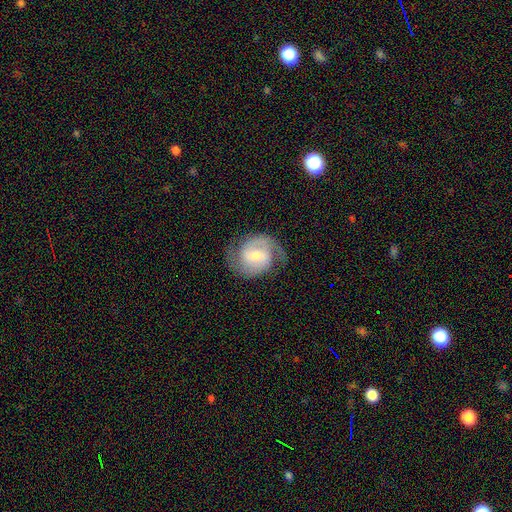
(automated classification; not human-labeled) A featured or disk galaxy (85%) with a weak bar (52%), 2 (90%) medium (52%) spiral arms (97%) and a moderate central bulge (52%).

Vote fractions:
- Smooth or featured? featured or disk: 85% / smooth: 10% / star or artifact: 5%
- Edge-on disk? no: 98% / yes: 2%
- Bar? weak: 52% / no: 28% / strong: 19%
- Spiral arms? yes: 97% / no: 3%
- Spiral winding? medium: 52% / tight: 35% / loose: 13%
- Spiral arm count? 2: 90% / can't tell: 4% / 1: 2% / 3: 2% / 4: 1% / more than 4: 1%
- Bulge size? moderate: 52% / small: 39% / large: 5% / none: 3% / dominant: 1%
- Merging? none: 76% / minor disturbance: 15% / major disturbance: 7% / merger: 1%